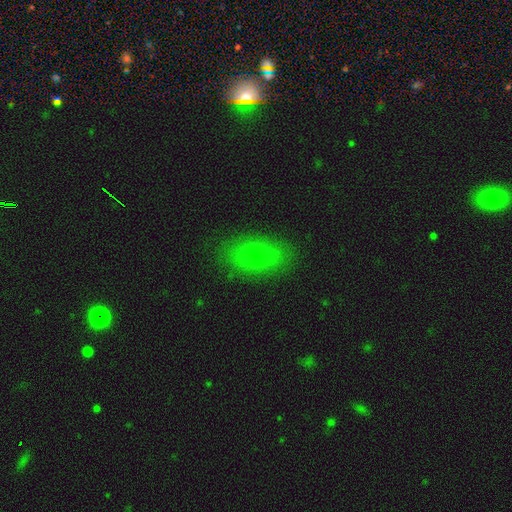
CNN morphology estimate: type=smooth (61%); roundness=in between (82%); merging=none (80%).